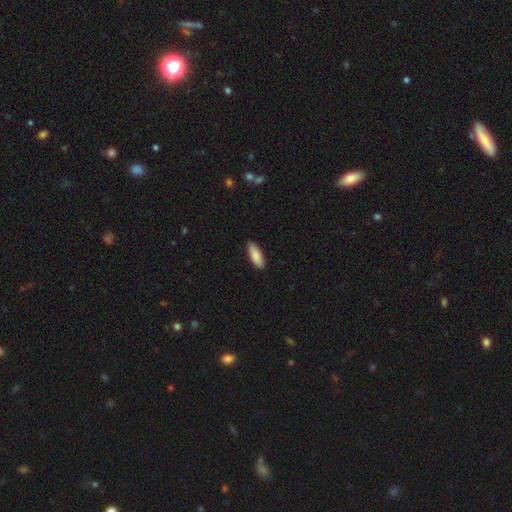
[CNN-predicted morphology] Overall: smooth (89%). How rounded: in between (74%). Merging: none (89%).